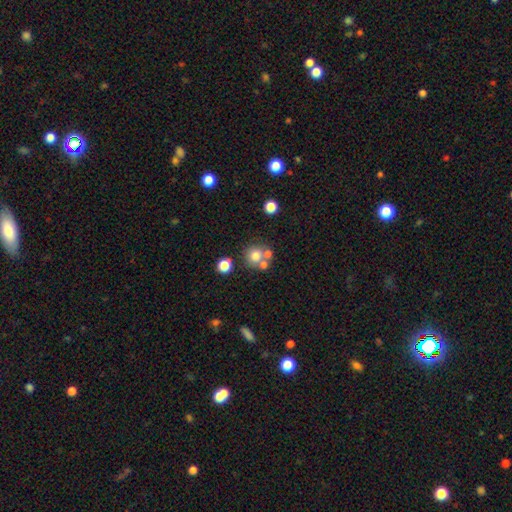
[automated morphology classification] Overall: smooth (71%). How rounded: round (88%). Merging: none (54%; merger 33%).